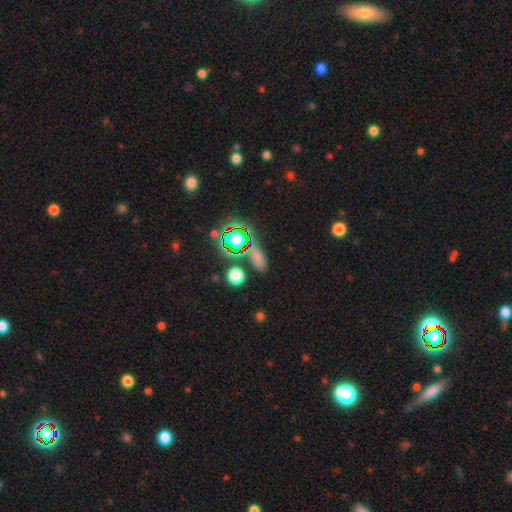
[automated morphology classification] A star or artifact, not a galaxy (53%).

Vote fractions:
- Smooth or featured? star or artifact: 53% / smooth: 38% / featured or disk: 9%